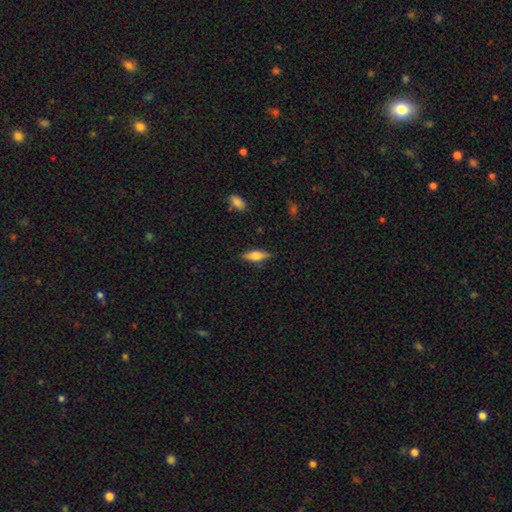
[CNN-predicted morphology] Smooth or featured? Predicted: smooth (p=0.66). How rounded? Predicted: in between (p=0.59). Merging? Predicted: none (p=0.81).